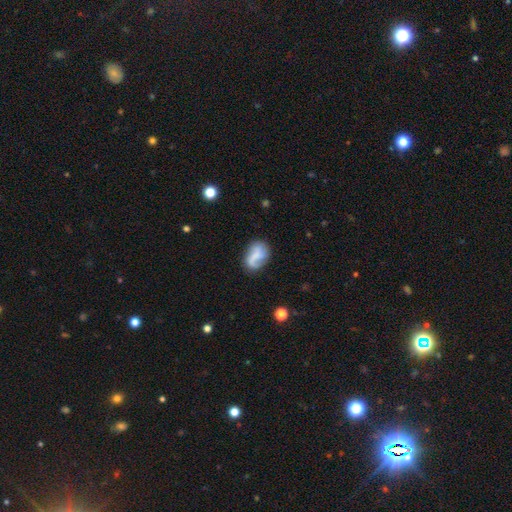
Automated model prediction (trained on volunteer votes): The model was most divided on "smooth or featured": featured or disk: 48%, smooth: 44%, star or artifact: 8%. More confident: merging — none (59%).